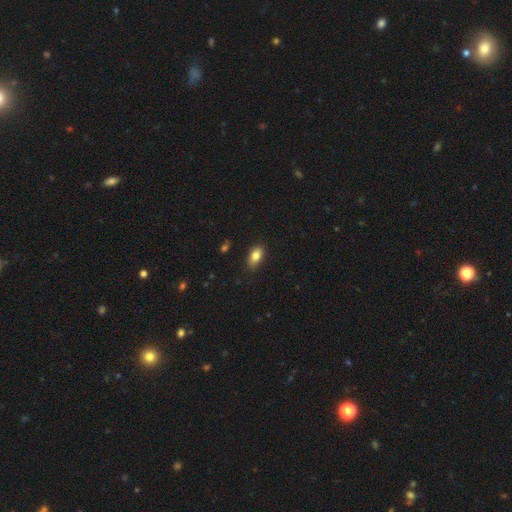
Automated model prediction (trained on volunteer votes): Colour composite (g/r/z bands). It shows a smooth galaxy with no disk features (83%) that is in between round and cigar-shaped (88%). Merging: none (85%).